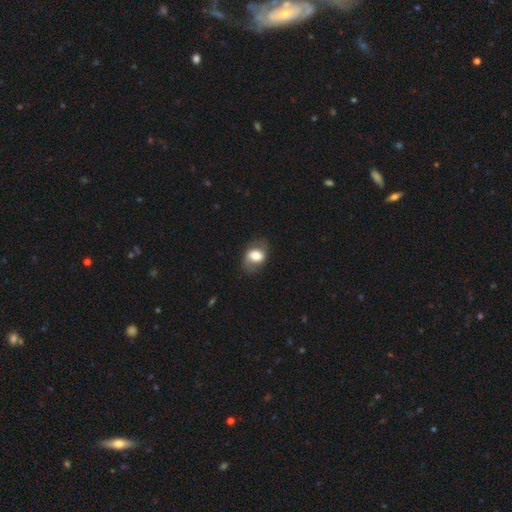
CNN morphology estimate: Smooth or featured?
  - smooth: 51% *
  - featured or disk: 42%
  - star or artifact: 8%
How rounded?
  - in between: 69% *
  - round: 29%
  - cigar-shaped: 1%
Merging?
  - none: 71% *
  - minor disturbance: 19%
  - major disturbance: 9%
  - merger: 1%